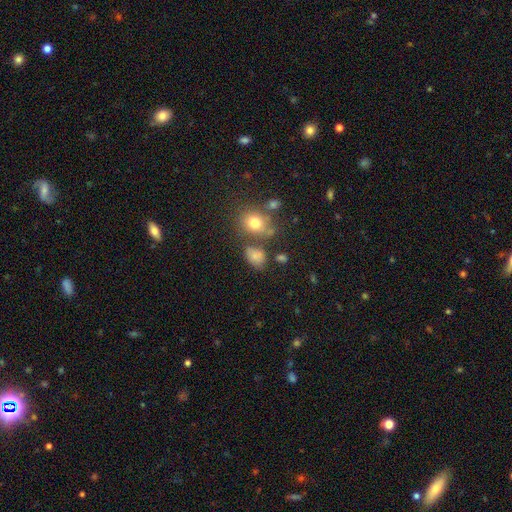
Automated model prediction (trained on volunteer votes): smooth_or_featured: smooth (p=0.77) [alt: star or artifact p=0.14]
how_rounded: in between (p=0.64) [alt: round p=0.34]
merging: none (p=0.57) [alt: minor disturbance p=0.21]